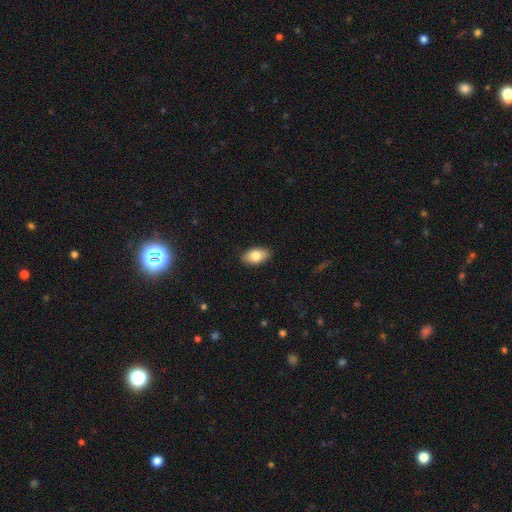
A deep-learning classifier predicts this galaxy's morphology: Overall: smooth (81%). How rounded: in between (92%). Merging: none (88%).